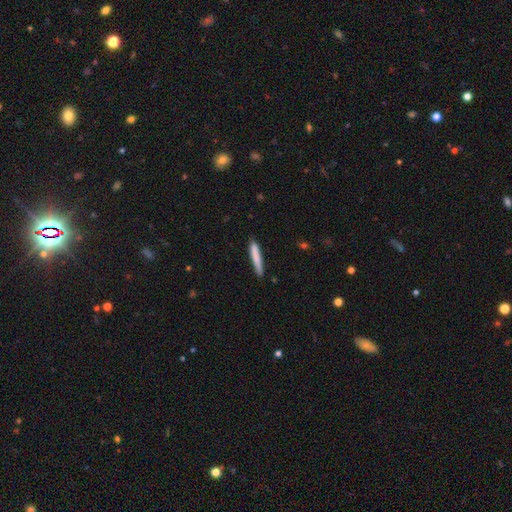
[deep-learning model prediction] Smooth or featured?
  - smooth: 80% *
  - featured or disk: 14%
  - star or artifact: 6%
How rounded?
  - cigar-shaped: 94% *
  - in between: 5%
  - round: 1%
Merging?
  - none: 84% *
  - minor disturbance: 12%
  - major disturbance: 2%
  - merger: 1%